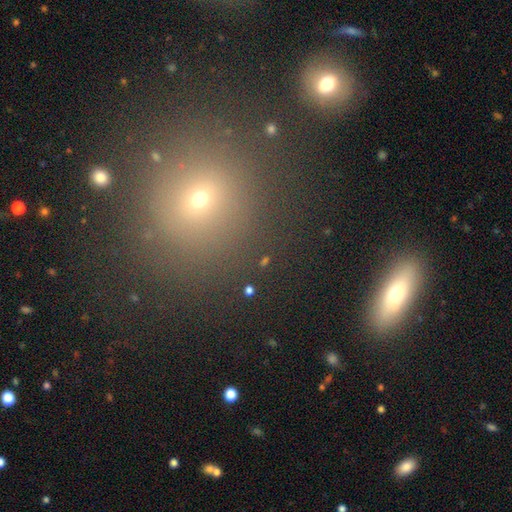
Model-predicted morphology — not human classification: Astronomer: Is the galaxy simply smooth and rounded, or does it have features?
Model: smooth — 50% (runner-up: star or artifact, 35%).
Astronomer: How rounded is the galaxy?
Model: round — 76%.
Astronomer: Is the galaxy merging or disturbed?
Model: none — 83%.